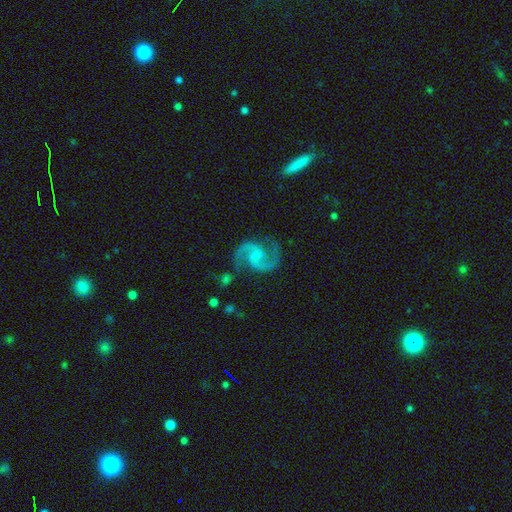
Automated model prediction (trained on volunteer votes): smooth-or-featured: featured or disk: 92% | star or artifact: 4% | smooth: 4%
  disk-edge-on: no: 99% | yes: 1%
    bar: weak: 46% | no: 44% | strong: 10%
    has-spiral-arms: yes: 98% | no: 2%
      spiral-winding: medium: 64% | loose: 24% | tight: 12%
      spiral-arm-count: 2: 94% | can't tell: 1% | 1: 1% | 3: 1% | 4: 1% | more than 4: 1%
    bulge-size: small: 38% | none: 33% | moderate: 25% | large: 3% | dominant: 1%
  merging: none: 78% | minor disturbance: 14% | major disturbance: 6% | merger: 3%